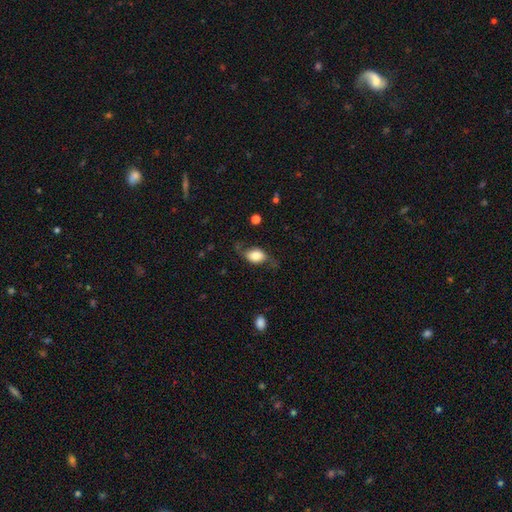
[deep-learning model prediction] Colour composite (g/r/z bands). It shows a smooth galaxy with no disk features (64%) that is in between round and cigar-shaped (82%). Merging: none (58%).